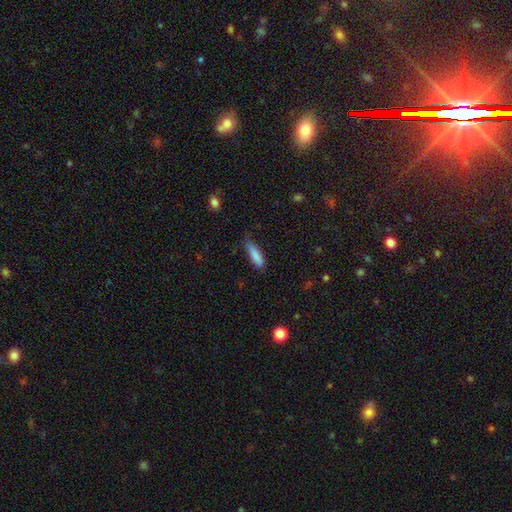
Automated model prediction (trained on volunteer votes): Morphology: type=smooth (86%); roundness=cigar-shaped (64%); merging=none (69%).